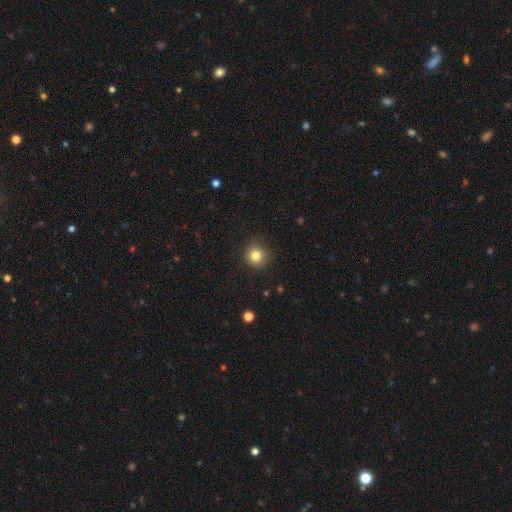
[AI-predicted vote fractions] Morphology: type=smooth (82%); roundness=round (91%); merging=none (88%).